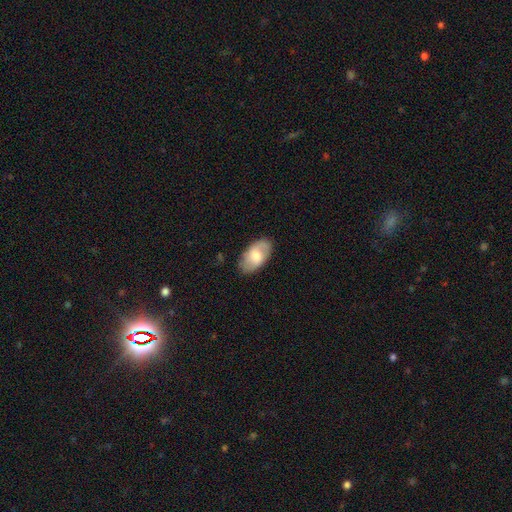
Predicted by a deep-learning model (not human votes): smooth-or-featured: smooth: 56% | featured or disk: 38% | star or artifact: 6%
  how-rounded: in between: 94% | round: 4% | cigar-shaped: 2%
  merging: none: 82% | minor disturbance: 13% | major disturbance: 3% | merger: 1%